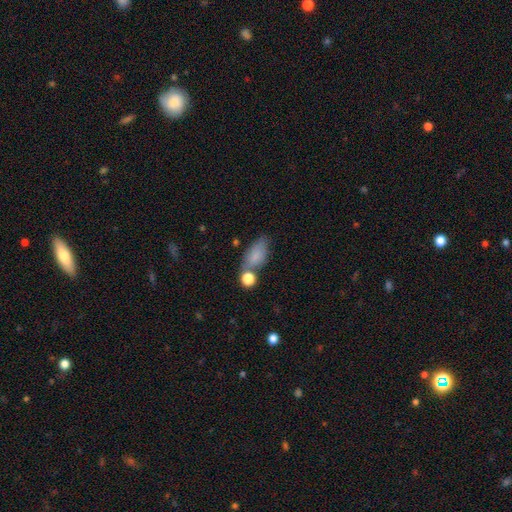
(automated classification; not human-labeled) The model was most divided on "merging": none: 54%, minor disturbance: 21%, merger: 17%, major disturbance: 8%. More confident: how rounded — in between (84%); smooth or featured — smooth (79%).